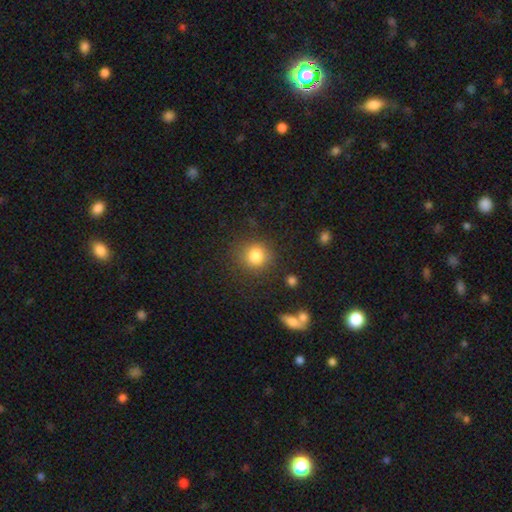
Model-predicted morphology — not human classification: smooth_or_featured: smooth (p=0.82) [alt: star or artifact p=0.11]
how_rounded: round (p=0.87) [alt: in between p=0.12]
merging: none (p=0.84) [alt: minor disturbance p=0.10]